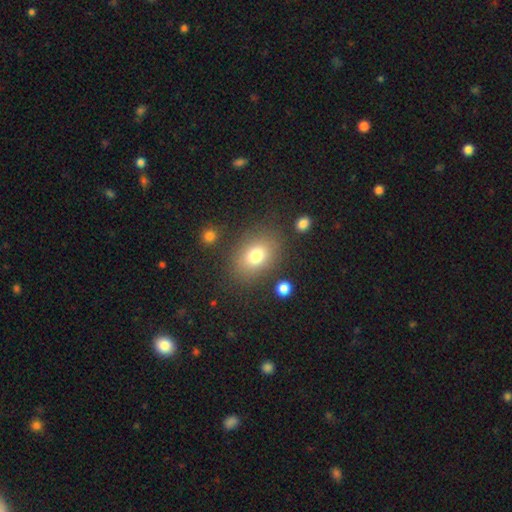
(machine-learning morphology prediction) Smooth or featured? smooth (77%)
How rounded? in between (67%)
Merging? none (79%)